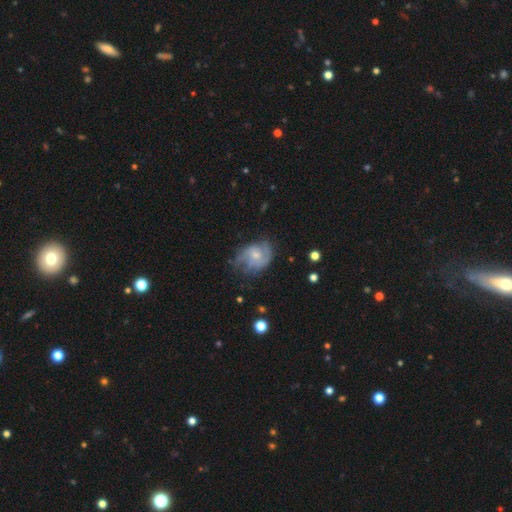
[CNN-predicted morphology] The model was most divided on "spiral winding": medium: 46%, tight: 32%, loose: 23%. Remaining: edge-on disk — no (97%); spiral arms — yes (88%); smooth or featured — featured or disk (72%); bar — no (67%); bulge size — small (56%); merging — none (53%); spiral arm count — 2 (48%).